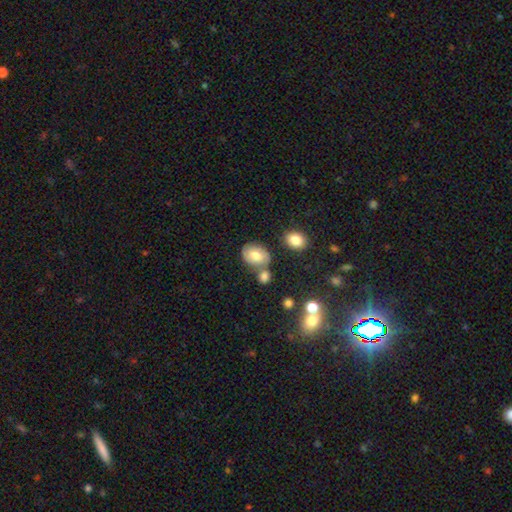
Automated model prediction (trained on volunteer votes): A smooth galaxy with no disk features (58%) that is in between round and cigar-shaped (63%). Merging: none (59%).